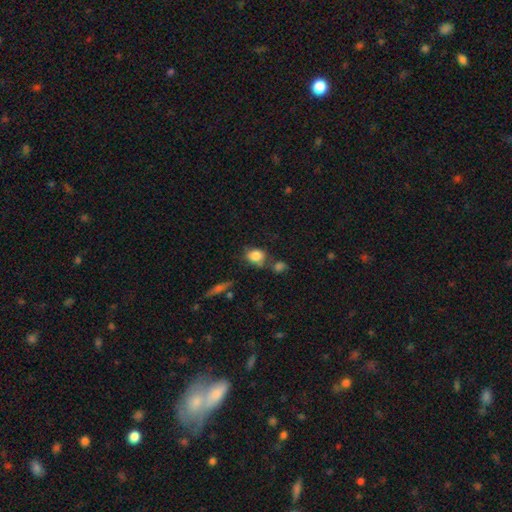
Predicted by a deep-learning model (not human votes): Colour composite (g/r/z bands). It shows a smooth galaxy with no disk features (82%) that is round (53%). Merging: none (55%).